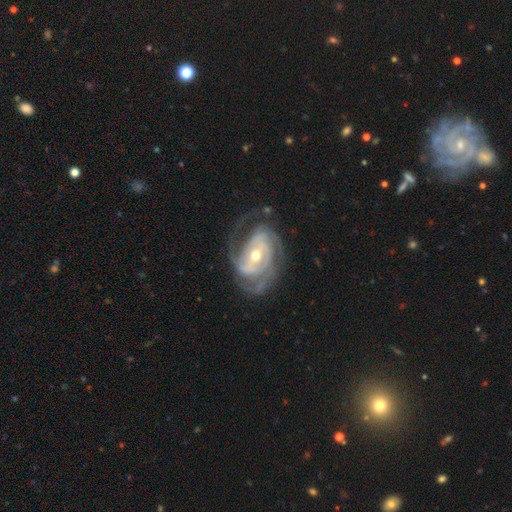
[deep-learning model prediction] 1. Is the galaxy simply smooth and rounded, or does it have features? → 90% featured or disk, 6% smooth, 4% star or artifact.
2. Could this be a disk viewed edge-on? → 97% no, 3% yes.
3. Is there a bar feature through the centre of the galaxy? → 47% no, 33% weak, 19% strong.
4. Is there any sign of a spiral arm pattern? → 97% yes, 3% no.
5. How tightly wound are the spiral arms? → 53% tight, 37% medium, 9% loose.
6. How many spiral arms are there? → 35% 2, 32% 3, 16% can't tell, 9% 4, 5% 1, 4% more than 4.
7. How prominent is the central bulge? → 62% moderate, 33% small, 3% large, 1% none, 1% dominant.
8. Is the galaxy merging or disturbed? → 64% none, 20% minor disturbance, 14% major disturbance, 2% merger.